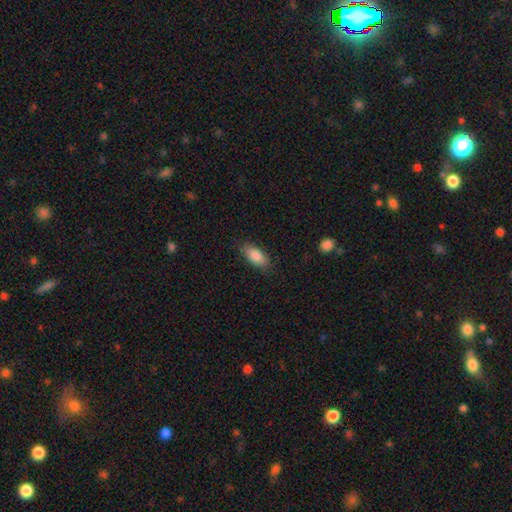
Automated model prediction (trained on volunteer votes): This is clearly a smooth galaxy (86%). How rounded: clearly in between (88%). Merging: clearly none (83%).